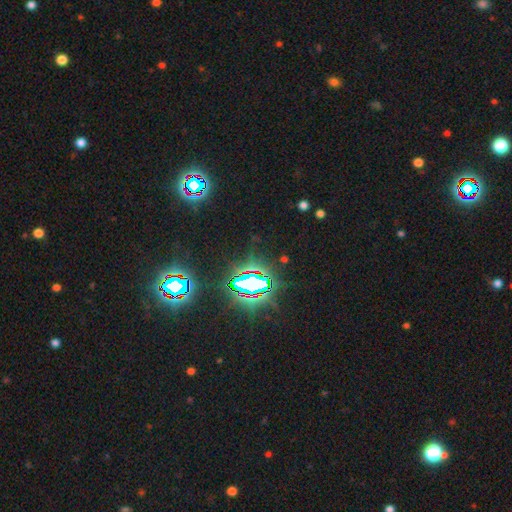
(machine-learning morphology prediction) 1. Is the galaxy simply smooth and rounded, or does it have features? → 84% star or artifact, 9% smooth, 7% featured or disk.